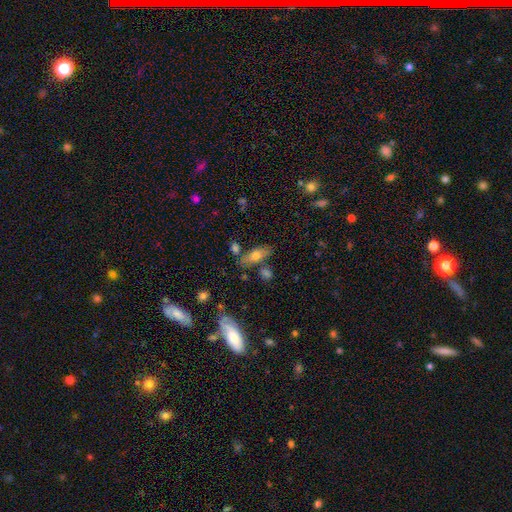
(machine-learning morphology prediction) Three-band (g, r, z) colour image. It shows a smooth galaxy with no disk features (67%) that is in between round and cigar-shaped (73%). Merging: none (70%).